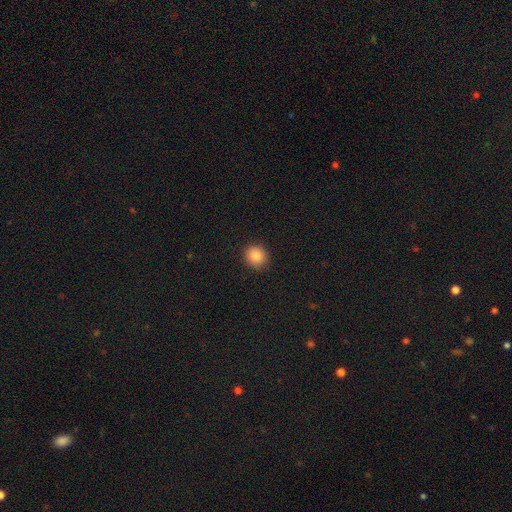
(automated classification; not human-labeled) Smooth or featured: smooth — 86% (star or artifact — 9%)
How rounded: round — 86% (in between — 13%)
Merging: none — 91% (minor disturbance — 7%)